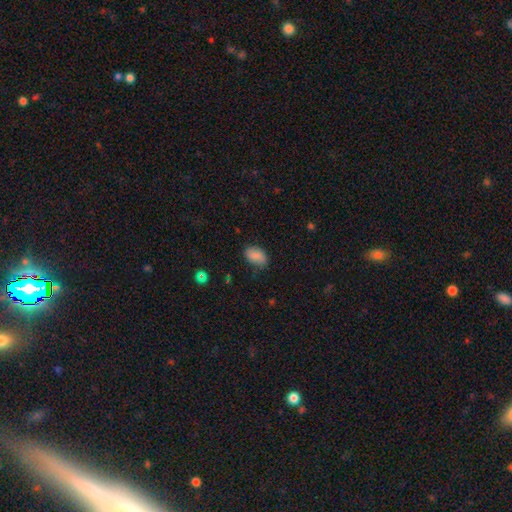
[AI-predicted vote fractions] The model was most divided on "merging": none: 72%, minor disturbance: 22%, major disturbance: 5%, merger: 1%. More confident: how rounded — in between (89%); smooth or featured — smooth (85%).